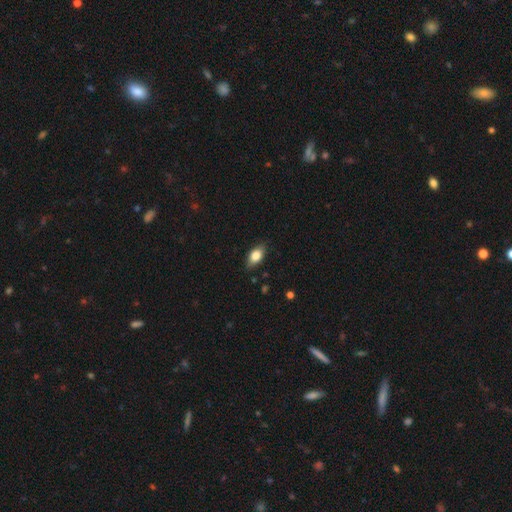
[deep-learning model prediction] The model was most divided on "smooth or featured": smooth: 79%, featured or disk: 13%, star or artifact: 7%. More confident: how rounded — in between (87%); merging — none (83%).